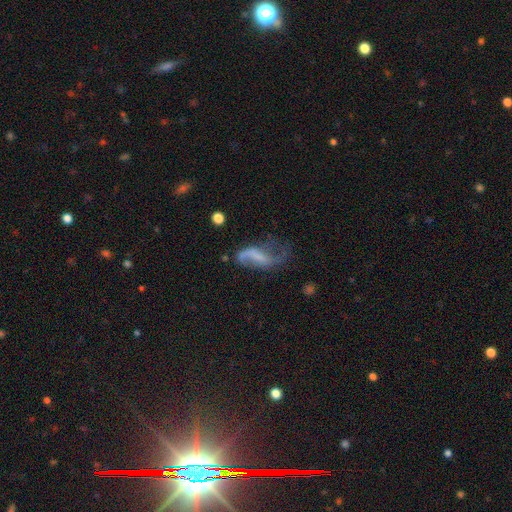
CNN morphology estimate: A featured or disk galaxy (66%) with a weak bar (36%, tied with no), spiral arms (76%) and no central bulge (61%). Merging: none (37%).